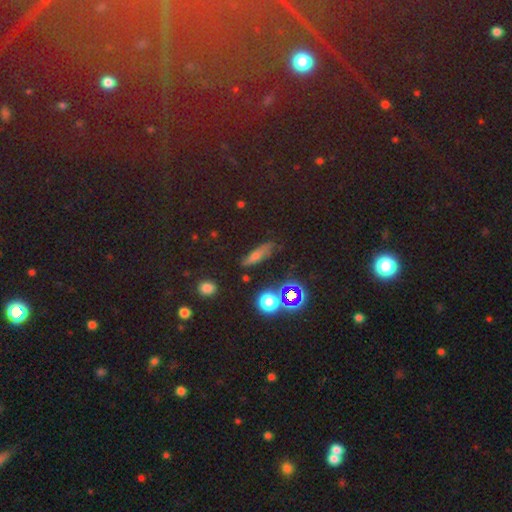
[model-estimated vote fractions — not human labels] A smooth galaxy with no disk features (52%) that is cigar-shaped (59%).

Vote fractions:
- Smooth or featured? smooth: 52% / star or artifact: 28% / featured or disk: 20%
- How rounded? cigar-shaped: 59% / in between: 22% / round: 19%
- Merging? none: 79% / minor disturbance: 12% / major disturbance: 4% / merger: 4%